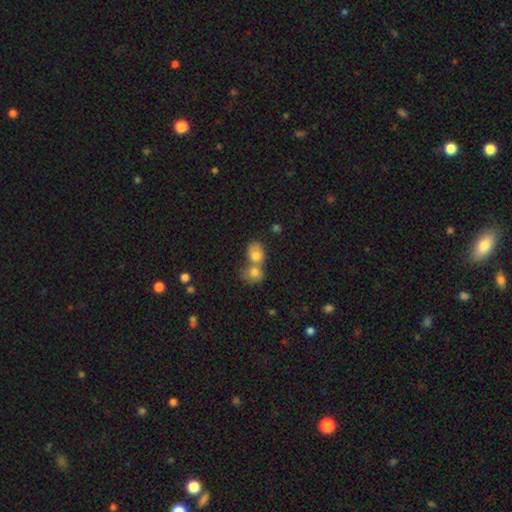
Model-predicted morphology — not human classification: smooth-or-featured: smooth: 76% | featured or disk: 14% | star or artifact: 10%
  how-rounded: round: 56% | in between: 42% | cigar-shaped: 1%
  merging: merger: 70% | none: 22% | minor disturbance: 6% | major disturbance: 3%